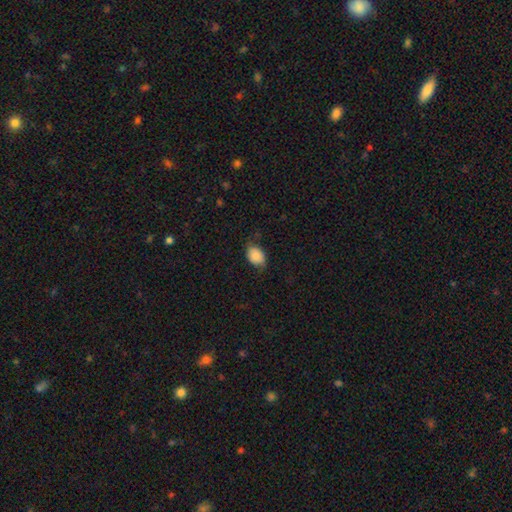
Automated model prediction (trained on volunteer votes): This appears to be a smooth galaxy with no disk features (81%) that is in between round and cigar-shaped (75%). Merging: none (67%).